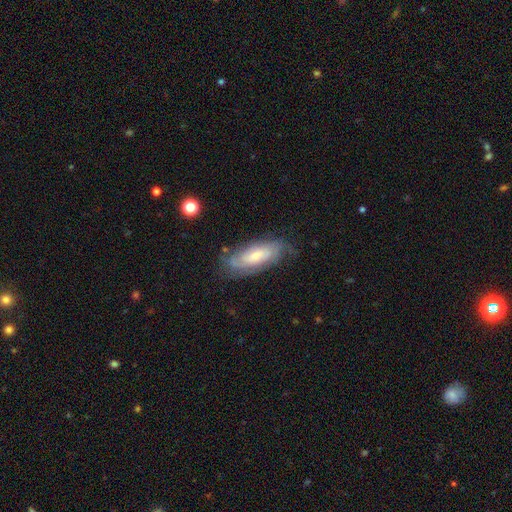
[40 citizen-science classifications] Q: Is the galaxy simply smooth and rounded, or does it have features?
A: featured or disk — 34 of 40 (85%).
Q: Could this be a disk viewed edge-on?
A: no — 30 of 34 (88%).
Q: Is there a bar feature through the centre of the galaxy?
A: no — 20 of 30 (67%).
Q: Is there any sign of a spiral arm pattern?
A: yes — 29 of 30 (97%).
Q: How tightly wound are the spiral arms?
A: tight — 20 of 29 (69%).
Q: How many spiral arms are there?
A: can't tell — 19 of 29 (66%).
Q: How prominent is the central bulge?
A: moderate — 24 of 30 (80%).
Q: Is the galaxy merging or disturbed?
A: none — 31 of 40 (78%).